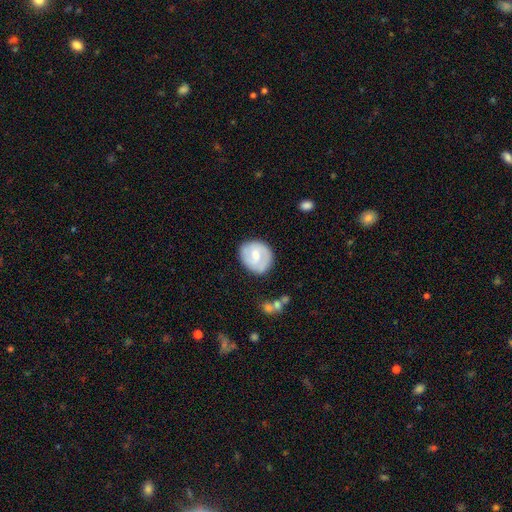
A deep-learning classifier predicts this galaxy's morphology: Smooth or featured? Predicted: featured or disk (p=0.48). Merging? Predicted: none (p=0.76).